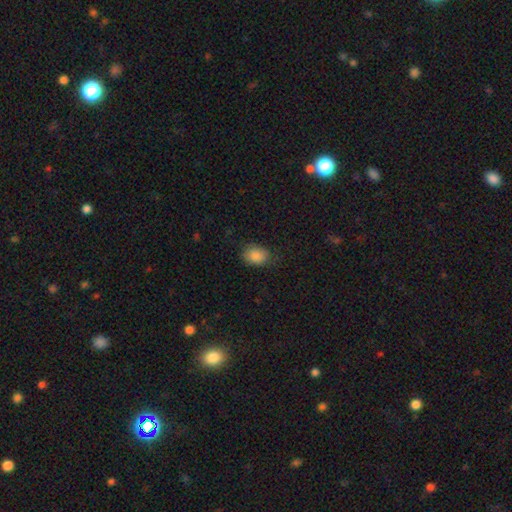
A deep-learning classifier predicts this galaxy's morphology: Smooth or featured? smooth (86%)
How rounded? in between (65%)
Merging? none (75%)